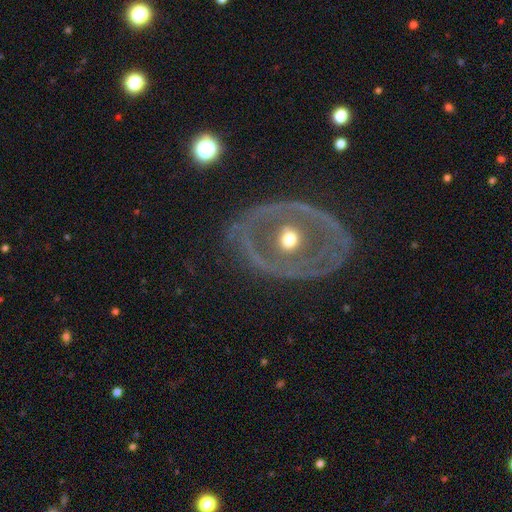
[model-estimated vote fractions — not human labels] Smooth or featured? Predicted: featured or disk (p=0.75). Edge-on disk? Predicted: no (p=0.92). Bar? Predicted: no (p=0.73). Spiral arms? Predicted: no (p=0.80). Bulge size? Predicted: moderate (p=0.70). Merging? Predicted: none (p=0.78).